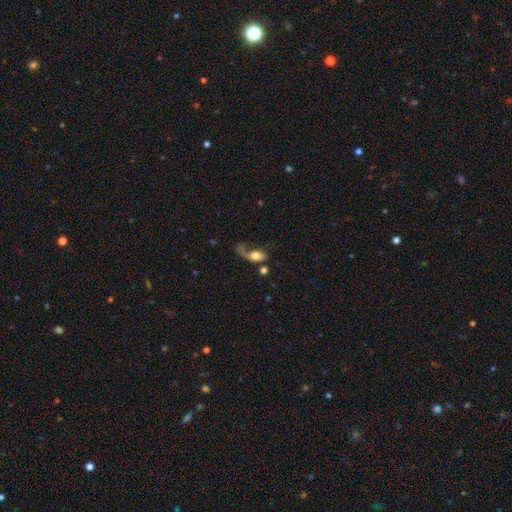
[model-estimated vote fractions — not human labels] A smooth galaxy with no disk features (56%) that is in between round and cigar-shaped (78%). Merging: major disturbance (50%).